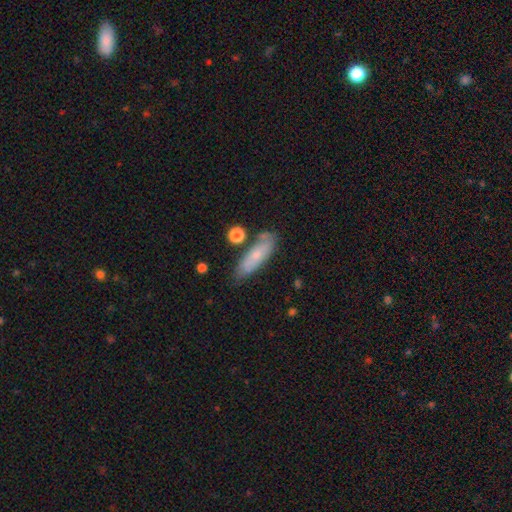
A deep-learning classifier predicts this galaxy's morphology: Q: Smooth or featured?
A: smooth (67%); runner-up: featured or disk (25%)
Q: How rounded?
A: in between (51%); runner-up: cigar-shaped (47%)
Q: Merging?
A: none (70%); runner-up: minor disturbance (19%)